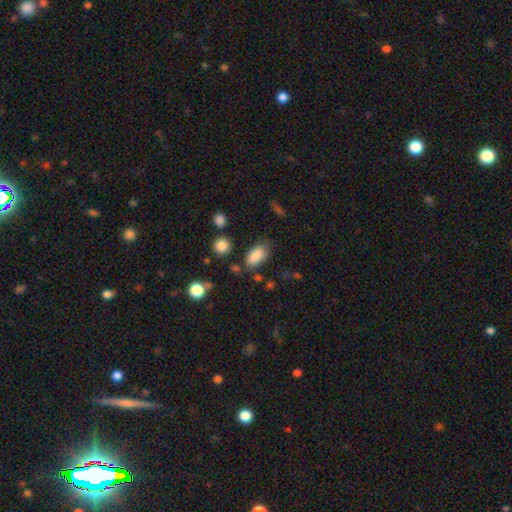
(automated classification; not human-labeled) Smooth or featured? Predicted: smooth (p=0.85). How rounded? Predicted: in between (p=0.91). Merging? Predicted: none (p=0.72).